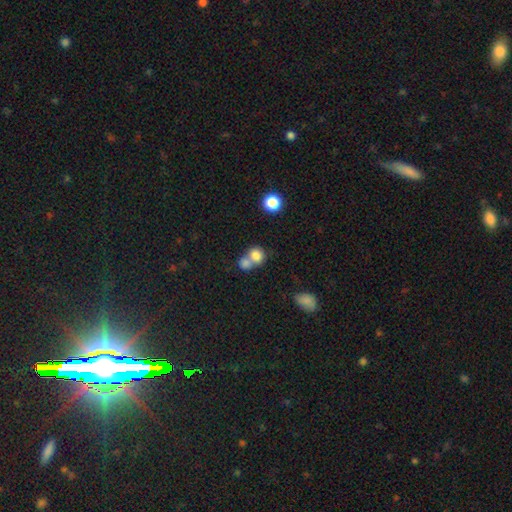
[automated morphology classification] Smooth or featured? Predicted: smooth (p=0.80). How rounded? Predicted: round (p=0.74). Merging? Predicted: merger (p=0.58).